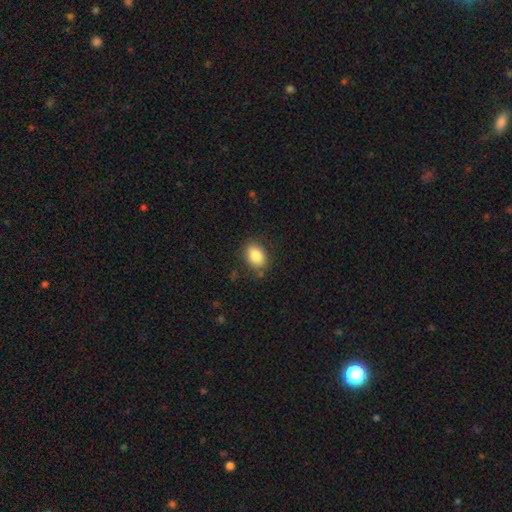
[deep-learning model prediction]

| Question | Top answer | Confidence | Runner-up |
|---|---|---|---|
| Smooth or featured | smooth | 84% | star or artifact (8%) |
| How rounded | in between | 71% | round (27%) |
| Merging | none | 81% | minor disturbance (14%) |